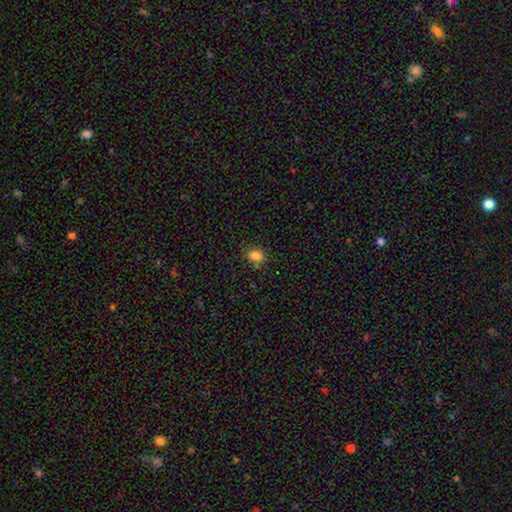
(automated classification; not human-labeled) A smooth galaxy with no disk features (84%) that is in between round and cigar-shaped (50%).

Vote fractions:
- Smooth or featured? smooth: 84% / star or artifact: 12% / featured or disk: 5%
- How rounded? in between: 50% / round: 49% / cigar-shaped: 1%
- Merging? none: 77% / minor disturbance: 14% / merger: 4% / major disturbance: 4%